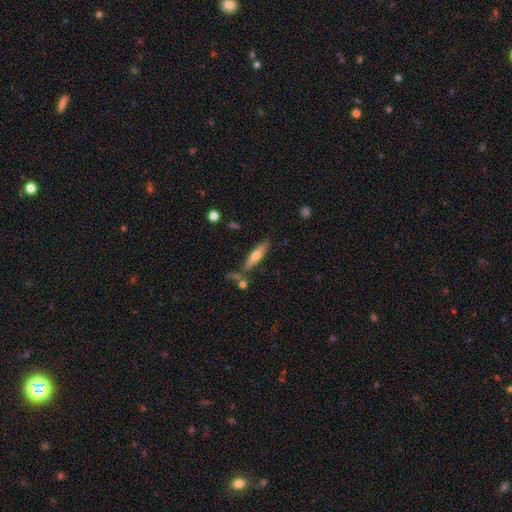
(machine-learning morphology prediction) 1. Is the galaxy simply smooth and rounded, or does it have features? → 51% smooth, 42% featured or disk, 6% star or artifact.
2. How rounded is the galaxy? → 80% cigar-shaped, 18% in between, 2% round.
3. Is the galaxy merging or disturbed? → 72% none, 15% minor disturbance, 9% merger, 4% major disturbance.